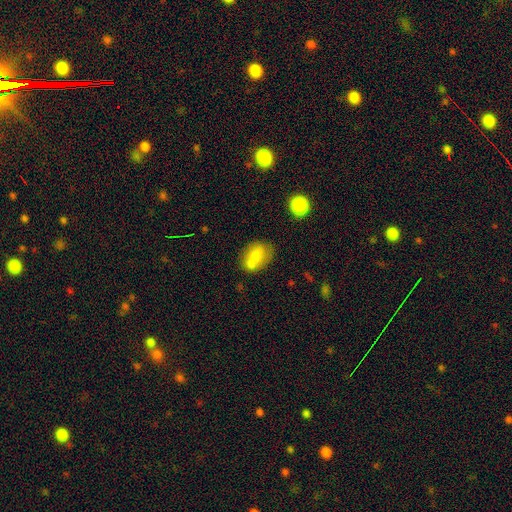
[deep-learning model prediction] Smooth or featured: smooth — 71% (featured or disk — 20%)
How rounded: in between — 61% (round — 37%)
Merging: none — 44% (merger — 36%)